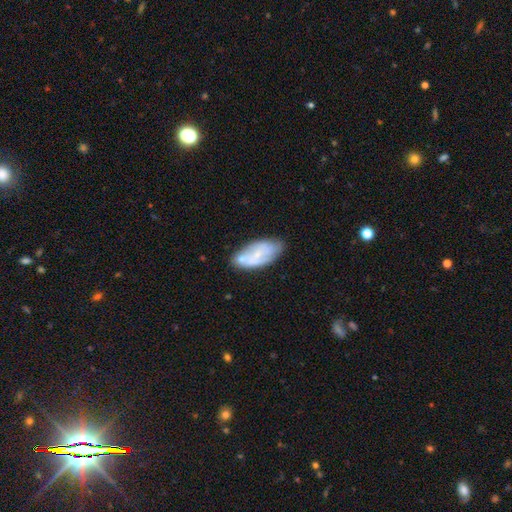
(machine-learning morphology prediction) Smooth or featured? Predicted: smooth (p=0.46, tied with featured or disk). Merging? Predicted: none (p=0.56).